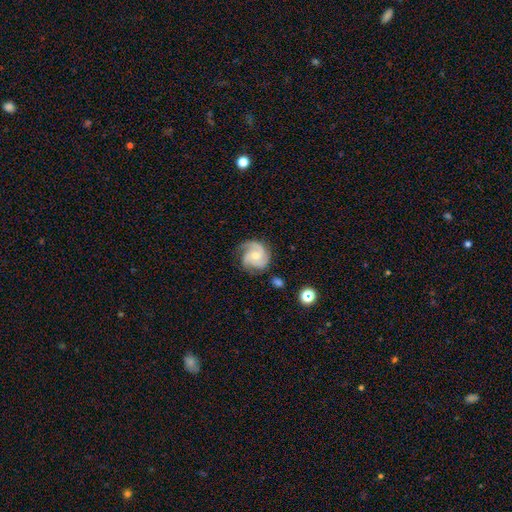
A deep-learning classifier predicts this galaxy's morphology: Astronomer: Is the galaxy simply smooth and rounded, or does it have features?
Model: featured or disk — 85%.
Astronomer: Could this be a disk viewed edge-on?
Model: no — 98%.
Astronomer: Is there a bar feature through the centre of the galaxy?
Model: no — 72%.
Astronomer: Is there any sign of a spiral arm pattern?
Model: yes — 97%.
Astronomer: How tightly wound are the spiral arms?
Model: tight — 47% (runner-up: medium, 43%).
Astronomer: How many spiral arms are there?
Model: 3 — 64%.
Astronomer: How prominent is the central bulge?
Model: moderate — 50% (runner-up: small, 46%).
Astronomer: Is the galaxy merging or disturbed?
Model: none — 71%.